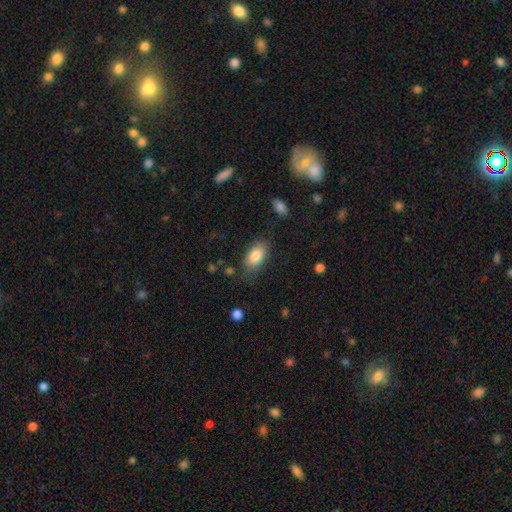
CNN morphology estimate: smooth_or_featured: smooth (p=0.83) [alt: featured or disk p=0.10]
how_rounded: in between (p=0.91) [alt: round p=0.06]
merging: none (p=0.77) [alt: minor disturbance p=0.16]